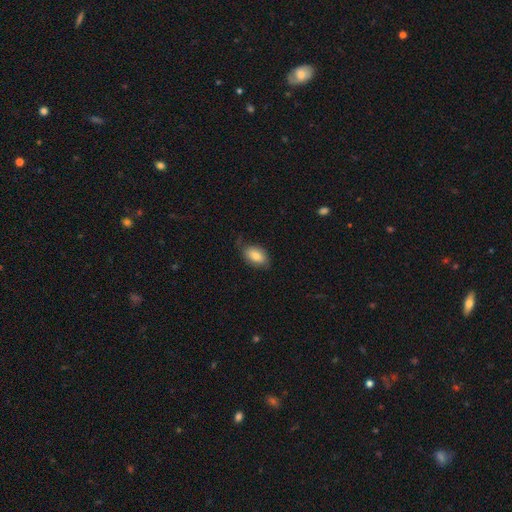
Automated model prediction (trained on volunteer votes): A smooth galaxy with no disk features (82%) that is in between round and cigar-shaped (91%).

Vote fractions:
- Smooth or featured? smooth: 82% / featured or disk: 11% / star or artifact: 7%
- How rounded? in between: 91% / round: 7% / cigar-shaped: 2%
- Merging? none: 67% / minor disturbance: 25% / major disturbance: 7% / merger: 2%